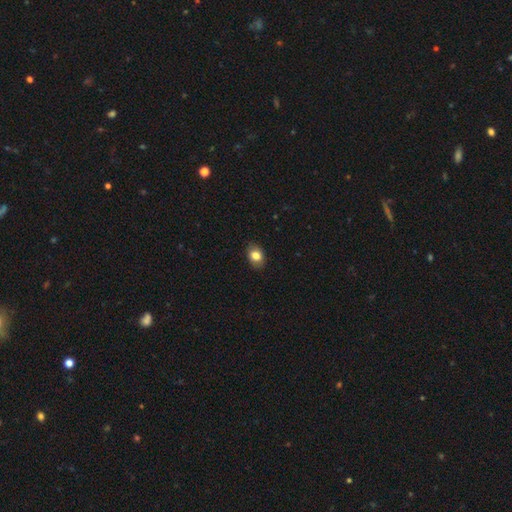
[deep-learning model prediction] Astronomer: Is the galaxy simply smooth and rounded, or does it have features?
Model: smooth — 81%.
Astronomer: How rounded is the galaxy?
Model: in between — 72%.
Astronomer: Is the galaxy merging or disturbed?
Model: none — 84%.